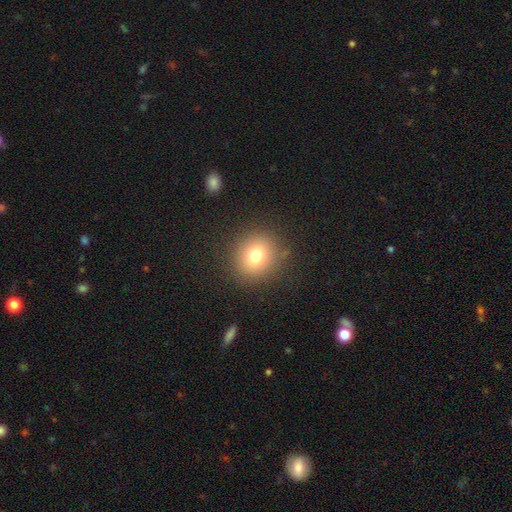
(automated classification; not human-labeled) Smooth or featured? Predicted: smooth (p=0.76). How rounded? Predicted: round (p=0.86). Merging? Predicted: none (p=0.88).